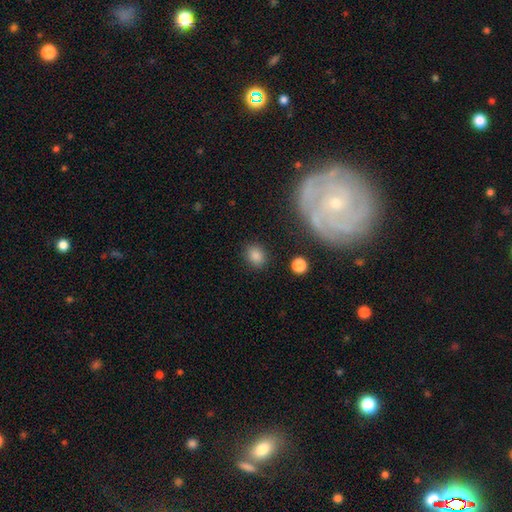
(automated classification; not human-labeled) smooth-or-featured: smooth: 83% | star or artifact: 12% | featured or disk: 5%
  how-rounded: in between: 52% | round: 46% | cigar-shaped: 2%
  merging: none: 85% | minor disturbance: 9% | major disturbance: 3% | merger: 2%